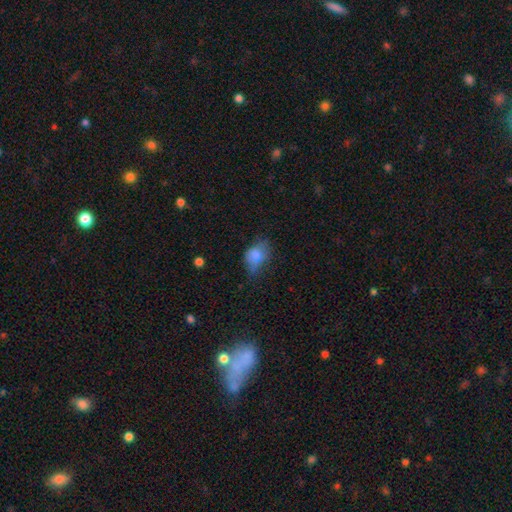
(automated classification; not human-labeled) Smooth or featured? Predicted: smooth (p=0.76). How rounded? Predicted: in between (p=0.73). Merging? Predicted: none (p=0.41).